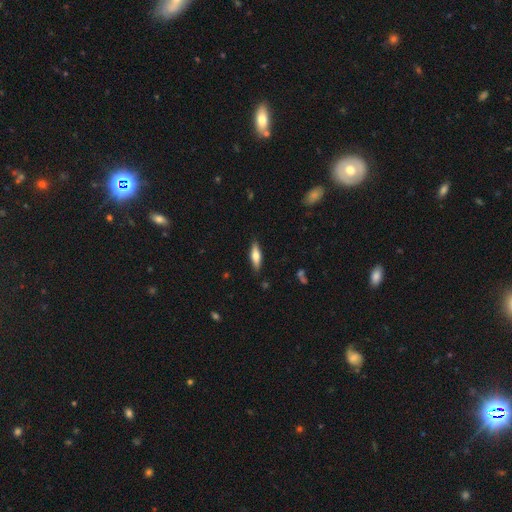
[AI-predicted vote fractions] Smooth or featured?
  - smooth: 59% *
  - featured or disk: 35%
  - star or artifact: 6%
How rounded?
  - cigar-shaped: 53% *
  - in between: 45%
  - round: 2%
Merging?
  - none: 87% *
  - minor disturbance: 10%
  - major disturbance: 2%
  - merger: 1%